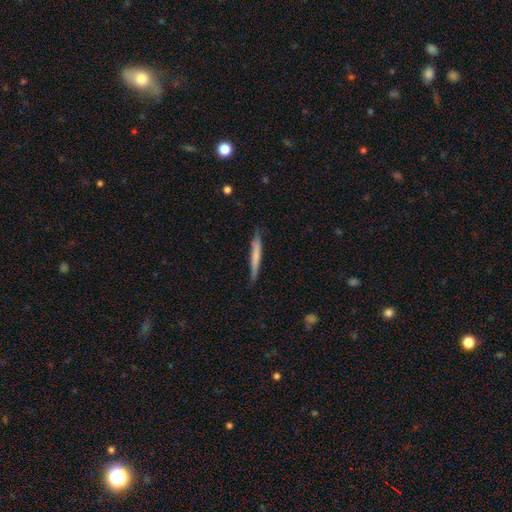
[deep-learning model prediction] Smooth or featured?
  - smooth: 64% *
  - featured or disk: 31%
  - star or artifact: 6%
How rounded?
  - cigar-shaped: 96% *
  - in between: 3%
  - round: 1%
Merging?
  - none: 83% *
  - minor disturbance: 13%
  - major disturbance: 2%
  - merger: 1%